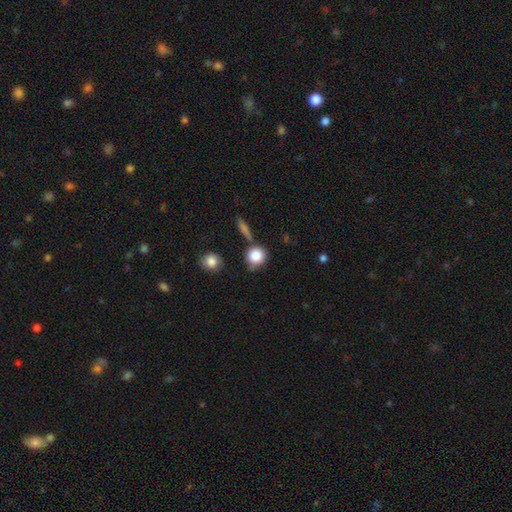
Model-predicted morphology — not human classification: smooth 85%, star or artifact 9%, featured or disk 6%. Down the decision tree: how rounded — round (88%); merging — none (67%).